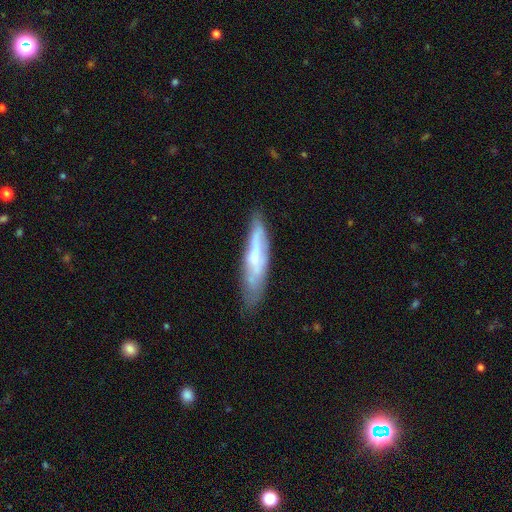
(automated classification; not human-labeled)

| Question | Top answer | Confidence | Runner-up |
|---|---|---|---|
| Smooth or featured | smooth | 47% | featured or disk (46%) |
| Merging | none | 67% | minor disturbance (22%) |